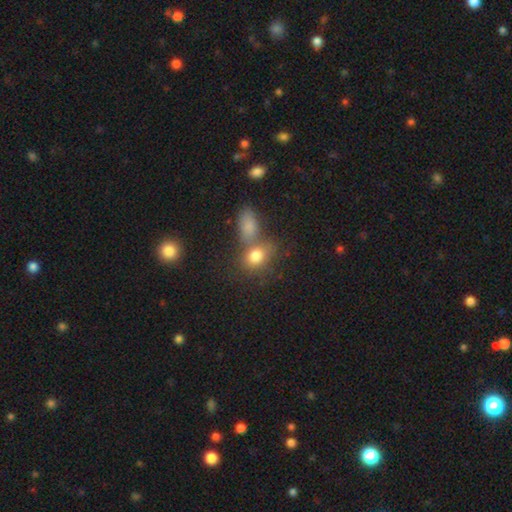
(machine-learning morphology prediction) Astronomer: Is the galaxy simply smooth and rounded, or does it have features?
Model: smooth — 76%.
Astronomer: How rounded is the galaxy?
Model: in between — 58% (runner-up: round, 39%).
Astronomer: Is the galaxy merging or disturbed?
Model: none — 46% (runner-up: merger, 37%).